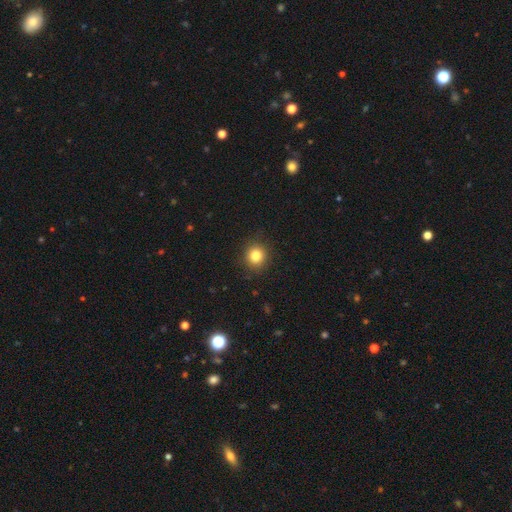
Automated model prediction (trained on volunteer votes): Morphology: type=smooth (82%); roundness=round (90%); merging=none (90%).